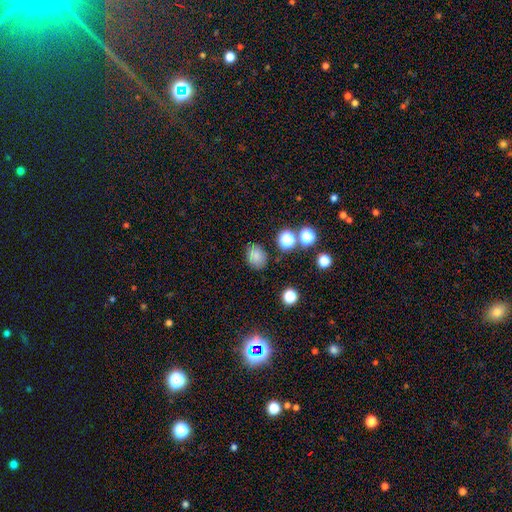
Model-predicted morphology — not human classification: smooth_or_featured: smooth (p=0.77) [alt: star or artifact p=0.15]
how_rounded: round (p=0.53) [alt: in between p=0.46]
merging: none (p=0.78) [alt: minor disturbance p=0.14]